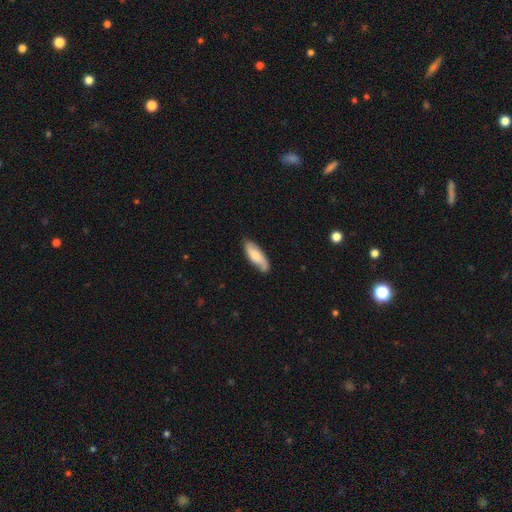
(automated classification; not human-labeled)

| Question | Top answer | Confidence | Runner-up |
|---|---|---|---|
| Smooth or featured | smooth | 63% | featured or disk (31%) |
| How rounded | in between | 64% | cigar-shaped (34%) |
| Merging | none | 77% | minor disturbance (18%) |